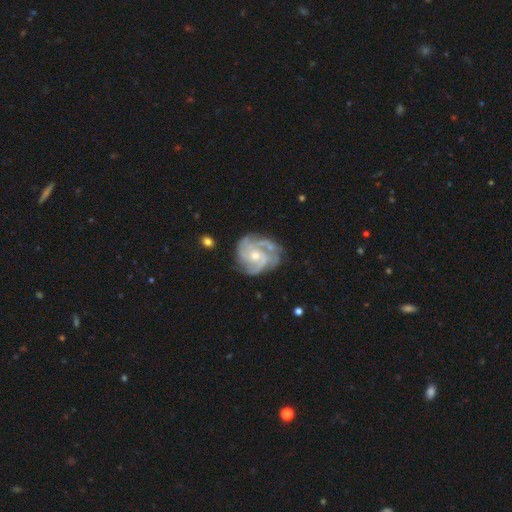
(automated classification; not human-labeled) The model was most divided on "bulge size": moderate: 54%, small: 40%, large: 3%, none: 2%, dominant: 1%. Remaining: edge-on disk — no (98%); spiral arms — yes (96%); smooth or featured — featured or disk (87%); bar — no (70%); merging — none (68%); spiral winding — tight (53%); spiral arm count — 3 (39%).